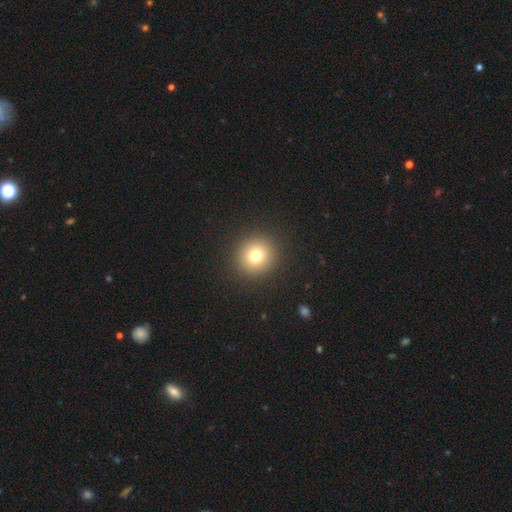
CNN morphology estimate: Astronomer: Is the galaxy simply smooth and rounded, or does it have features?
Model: smooth — 76%.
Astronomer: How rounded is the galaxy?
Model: round — 93%.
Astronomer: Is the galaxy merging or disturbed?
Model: none — 92%.